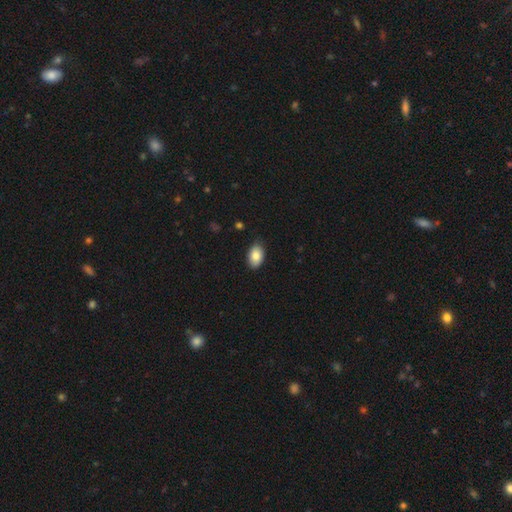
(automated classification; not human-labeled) Morphology: type=smooth (85%); roundness=in between (91%); merging=none (86%).